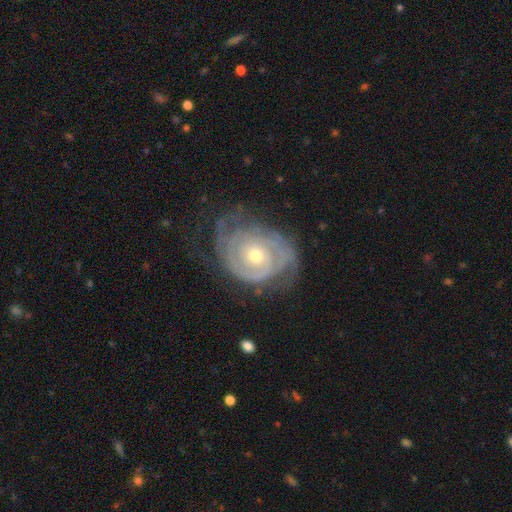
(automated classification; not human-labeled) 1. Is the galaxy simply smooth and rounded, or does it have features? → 89% featured or disk, 6% smooth, 5% star or artifact.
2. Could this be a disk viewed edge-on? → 97% no, 3% yes.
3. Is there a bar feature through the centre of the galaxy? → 77% no, 18% weak, 5% strong.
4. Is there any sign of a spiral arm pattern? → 96% yes, 4% no.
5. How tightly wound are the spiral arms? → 78% tight, 18% medium, 4% loose.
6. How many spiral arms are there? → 38% 2, 25% can't tell, 19% 3, 7% 4, 6% 1, 5% more than 4.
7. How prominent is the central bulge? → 57% moderate, 39% small, 2% large, 1% none, 1% dominant.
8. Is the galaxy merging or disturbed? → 66% none, 22% minor disturbance, 11% major disturbance, 1% merger.